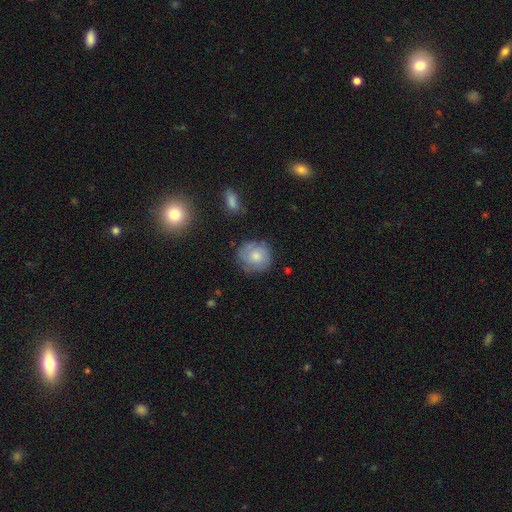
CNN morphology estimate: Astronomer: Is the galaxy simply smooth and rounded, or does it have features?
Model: smooth — 66%.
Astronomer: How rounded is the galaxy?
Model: round — 85%.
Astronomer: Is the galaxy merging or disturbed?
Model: none — 73%.